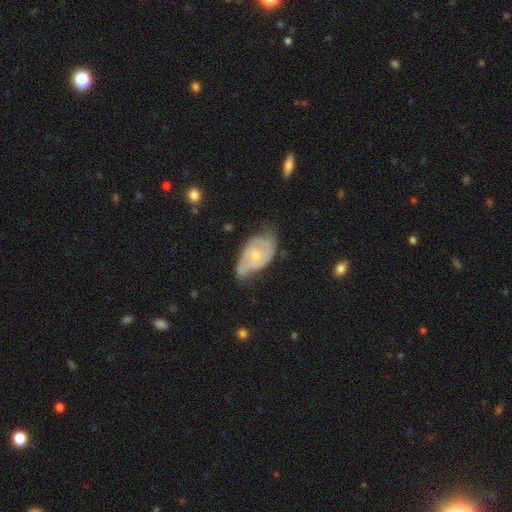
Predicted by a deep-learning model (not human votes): A featured or disk galaxy (68%) with no bar (74%), spiral arms (75%) and a small central bulge (58%).

Vote fractions:
- Smooth or featured? featured or disk: 68% / smooth: 26% / star or artifact: 6%
- Edge-on disk? no: 95% / yes: 5%
- Bar? no: 74% / weak: 23% / strong: 4%
- Spiral arms? yes: 75% / no: 25%
- Bulge size? small: 58% / moderate: 37% / none: 2% / large: 2% / dominant: 1%
- Merging? minor disturbance: 40% / none: 38% / major disturbance: 19% / merger: 4%